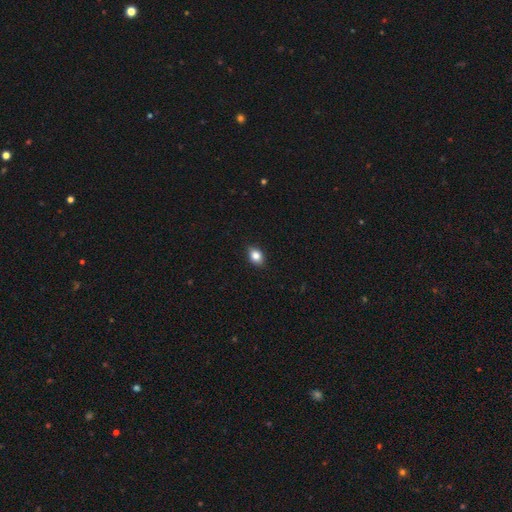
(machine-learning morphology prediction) The model was most divided on "how rounded": in between: 72%, round: 27%, cigar-shaped: 2%. More confident: merging — none (87%); smooth or featured — smooth (83%).